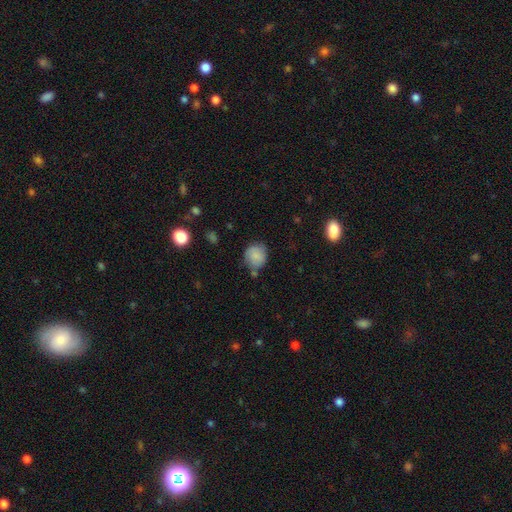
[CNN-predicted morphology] Smooth or featured: smooth — 83% (featured or disk — 9%)
How rounded: round — 77% (in between — 22%)
Merging: none — 63% (minor disturbance — 24%)